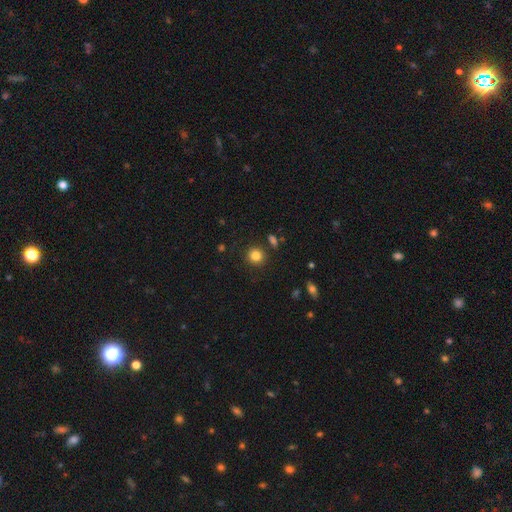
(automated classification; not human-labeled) Overall: smooth (83%). How rounded: round (90%). Merging: none (88%).